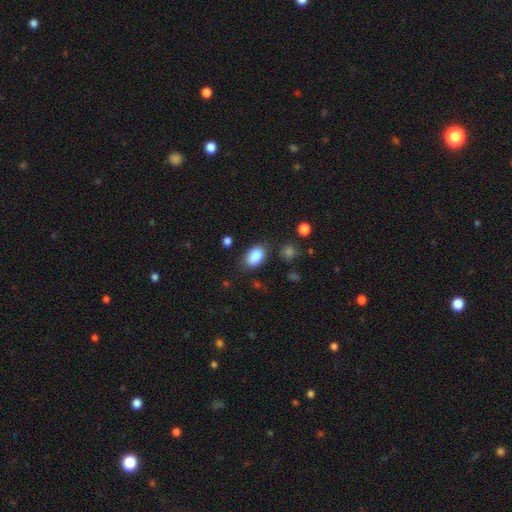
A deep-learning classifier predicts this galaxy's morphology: This appears to be a smooth galaxy with no disk features (86%) that is in between round and cigar-shaped (89%). Merging: none (76%).